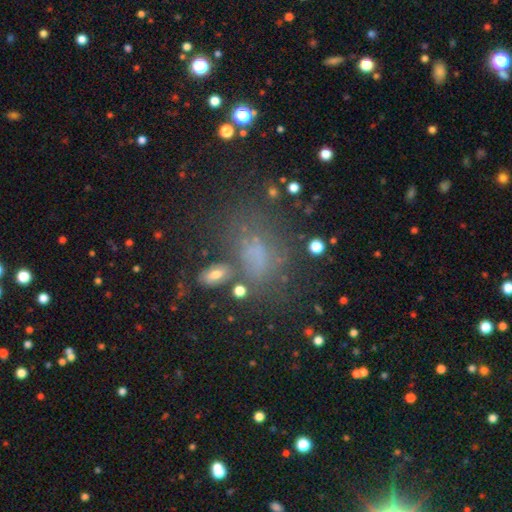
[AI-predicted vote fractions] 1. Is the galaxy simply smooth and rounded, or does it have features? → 51% smooth, 27% star or artifact, 22% featured or disk.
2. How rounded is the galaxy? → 79% in between, 16% round, 5% cigar-shaped.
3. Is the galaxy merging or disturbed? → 48% none, 21% major disturbance, 20% minor disturbance, 11% merger.